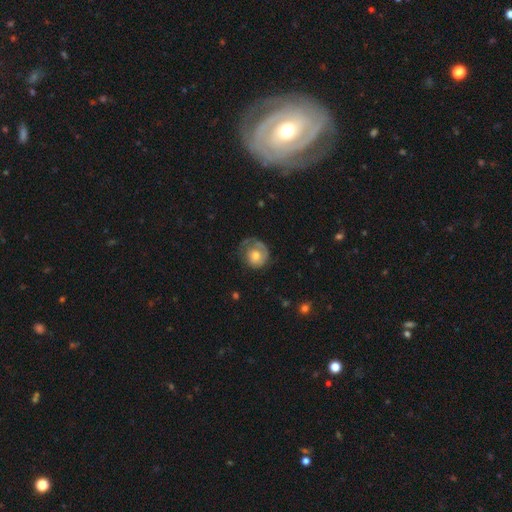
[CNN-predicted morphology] A smooth galaxy with no disk features (48%). Merging: none (50%).